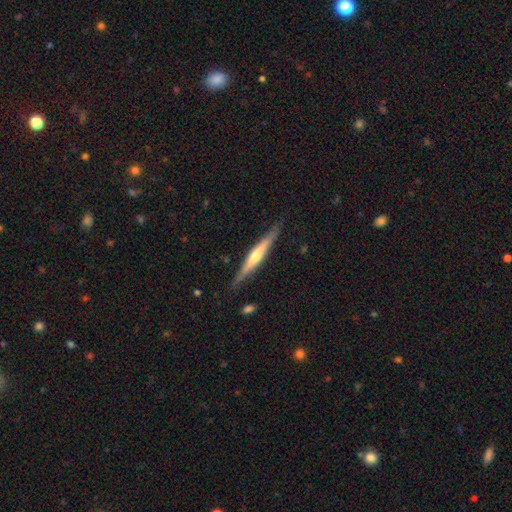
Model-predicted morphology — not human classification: Q: Smooth or featured?
A: featured or disk (65%); runner-up: smooth (30%)
Q: Edge-on disk?
A: yes (97%); runner-up: no (3%)
Q: Edge-on bulge?
A: rounded (64%); runner-up: none (22%)
Q: Merging?
A: none (86%); runner-up: minor disturbance (11%)